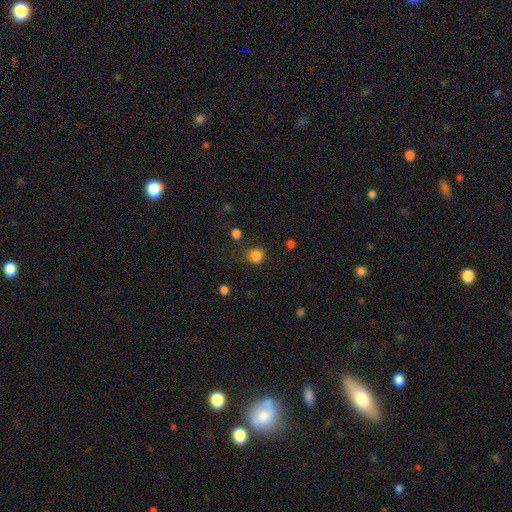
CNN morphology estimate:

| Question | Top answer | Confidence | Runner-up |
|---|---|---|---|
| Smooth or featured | smooth | 84% | star or artifact (12%) |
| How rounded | round | 84% | in between (15%) |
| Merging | none | 76% | minor disturbance (14%) |